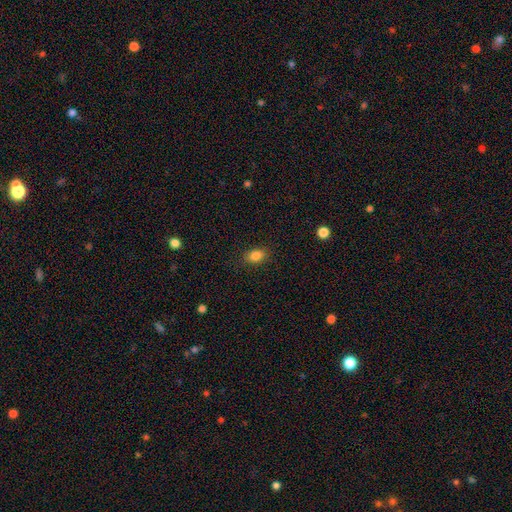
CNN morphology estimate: A smooth galaxy with no disk features (85%) that is in between round and cigar-shaped (84%).

Vote fractions:
- Smooth or featured? smooth: 85% / star or artifact: 10% / featured or disk: 5%
- How rounded? in between: 84% / round: 15% / cigar-shaped: 2%
- Merging? none: 87% / minor disturbance: 9% / major disturbance: 3% / merger: 1%